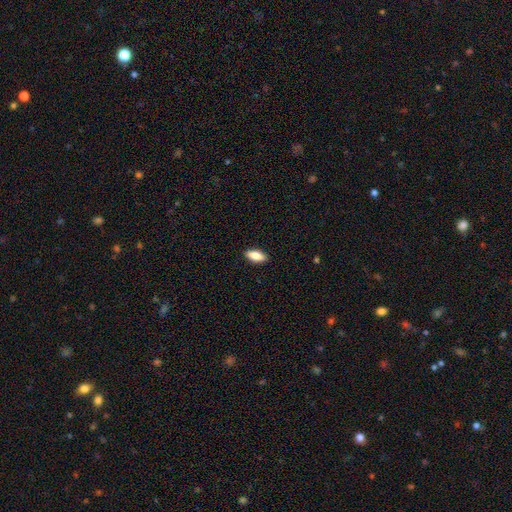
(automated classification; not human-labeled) This appears to be a smooth galaxy with no disk features (81%) that is in between round and cigar-shaped (86%). Merging: none (90%).